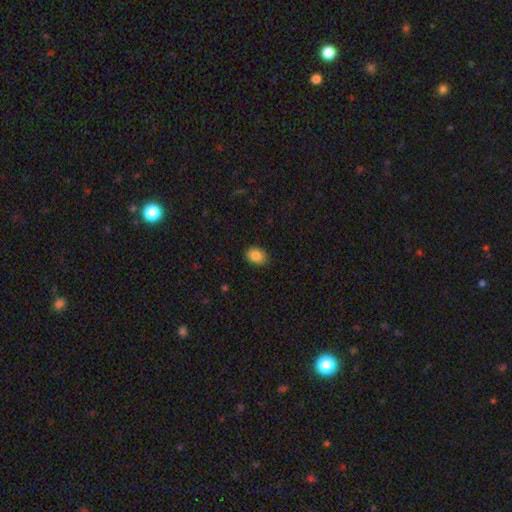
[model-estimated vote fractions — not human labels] smooth-or-featured: smooth: 86% | star or artifact: 8% | featured or disk: 6%
  how-rounded: in between: 69% | round: 30% | cigar-shaped: 1%
  merging: none: 88% | minor disturbance: 9% | major disturbance: 2% | merger: 1%